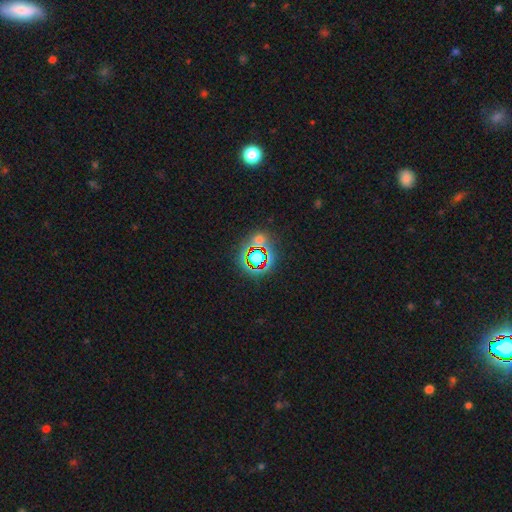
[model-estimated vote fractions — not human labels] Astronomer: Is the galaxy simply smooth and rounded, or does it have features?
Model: star or artifact — 66%.